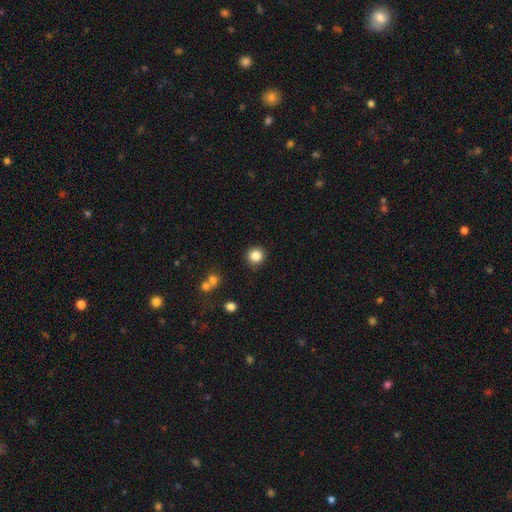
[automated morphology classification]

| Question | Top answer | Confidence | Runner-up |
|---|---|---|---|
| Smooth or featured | smooth | 85% | star or artifact (10%) |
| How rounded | round | 92% | in between (7%) |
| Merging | none | 90% | minor disturbance (6%) |